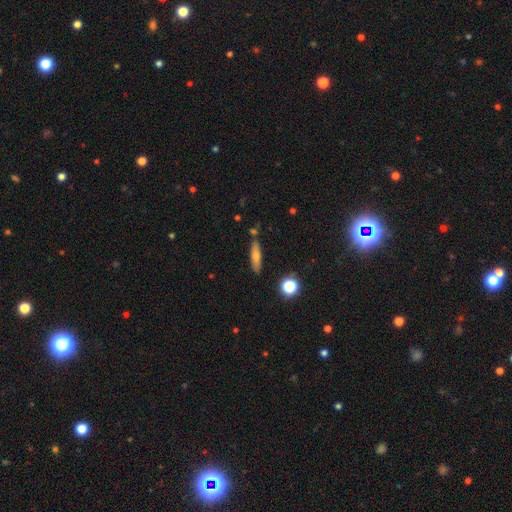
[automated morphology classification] smooth_or_featured: smooth (p=0.62) [alt: featured or disk p=0.28]
how_rounded: cigar-shaped (p=0.70) [alt: in between p=0.26]
merging: none (p=0.80) [alt: minor disturbance p=0.12]